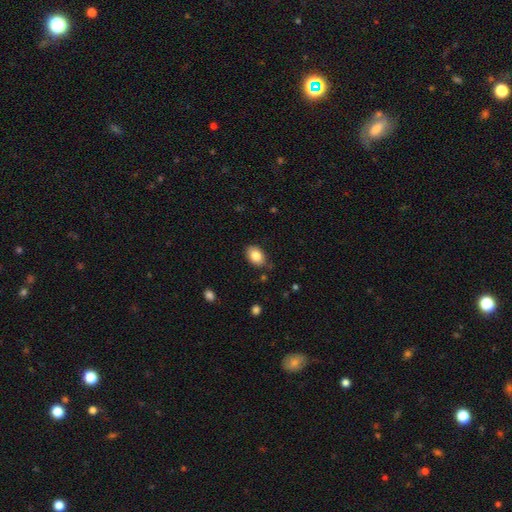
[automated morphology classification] Smooth or featured: smooth — 84% (star or artifact — 8%)
How rounded: in between — 85% (round — 14%)
Merging: none — 81% (minor disturbance — 14%)